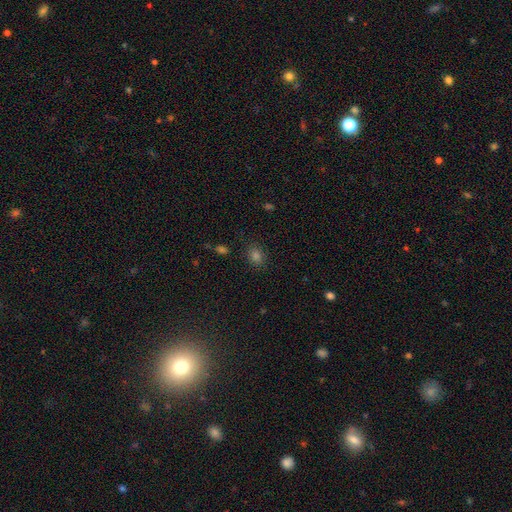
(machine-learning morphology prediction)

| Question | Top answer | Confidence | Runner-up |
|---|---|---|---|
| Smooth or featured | smooth | 74% | star or artifact (20%) |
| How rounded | in between | 54% | round (45%) |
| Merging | none | 86% | minor disturbance (10%) |